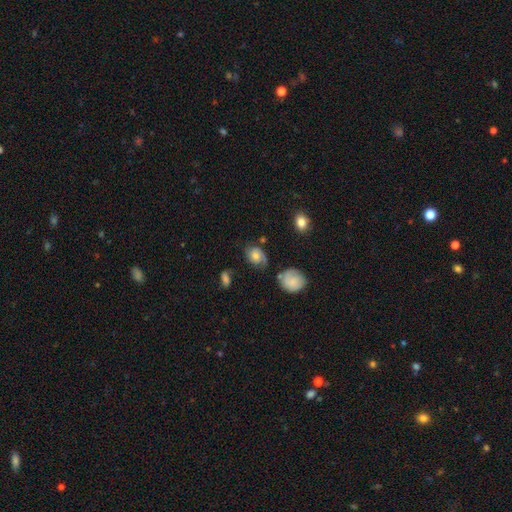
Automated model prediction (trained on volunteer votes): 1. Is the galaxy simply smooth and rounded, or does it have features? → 47% featured or disk, 42% smooth, 10% star or artifact.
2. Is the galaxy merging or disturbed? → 54% none, 25% minor disturbance, 14% major disturbance, 6% merger.